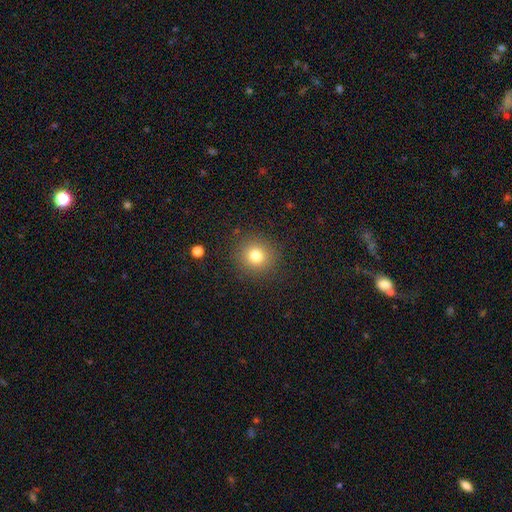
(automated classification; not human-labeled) Smooth or featured?
  - smooth: 79% *
  - star or artifact: 13%
  - featured or disk: 8%
How rounded?
  - round: 90% *
  - in between: 9%
  - cigar-shaped: 1%
Merging?
  - none: 89% *
  - minor disturbance: 7%
  - major disturbance: 3%
  - merger: 1%